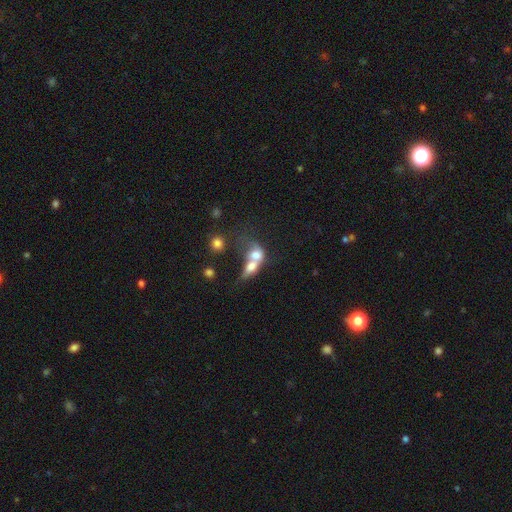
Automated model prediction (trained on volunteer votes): smooth 66%, featured or disk 25%, star or artifact 9%. Down the decision tree: how rounded — in between (58%); merging — merger (78%).